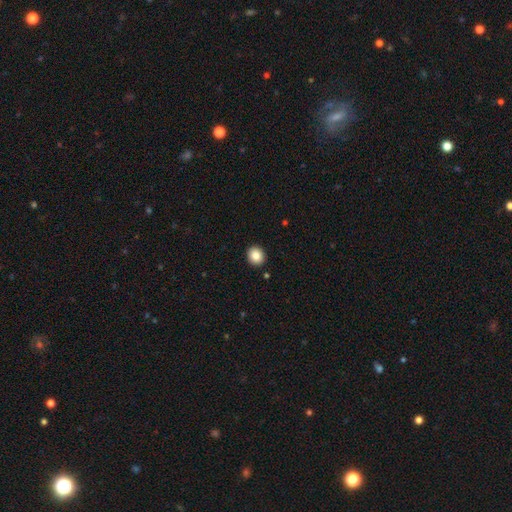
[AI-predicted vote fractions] Smooth or featured? Predicted: smooth (p=0.86). How rounded? Predicted: round (p=0.79). Merging? Predicted: none (p=0.92).